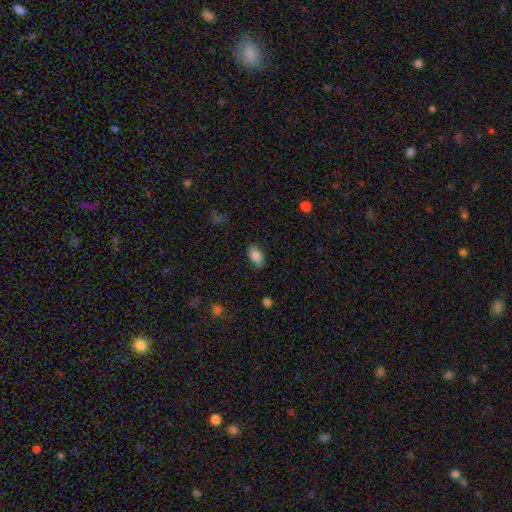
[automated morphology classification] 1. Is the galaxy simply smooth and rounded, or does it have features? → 83% smooth, 9% featured or disk, 8% star or artifact.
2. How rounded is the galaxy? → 92% in between, 5% round, 3% cigar-shaped.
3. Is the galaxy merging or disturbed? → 79% none, 16% minor disturbance, 4% major disturbance, 1% merger.